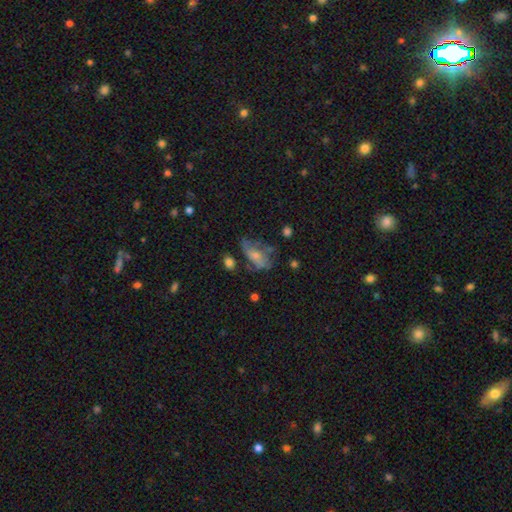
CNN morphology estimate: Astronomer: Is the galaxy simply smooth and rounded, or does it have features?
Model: featured or disk — 46% (runner-up: smooth, 39%).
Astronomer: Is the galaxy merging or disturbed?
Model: none — 44% (runner-up: minor disturbance, 26%).